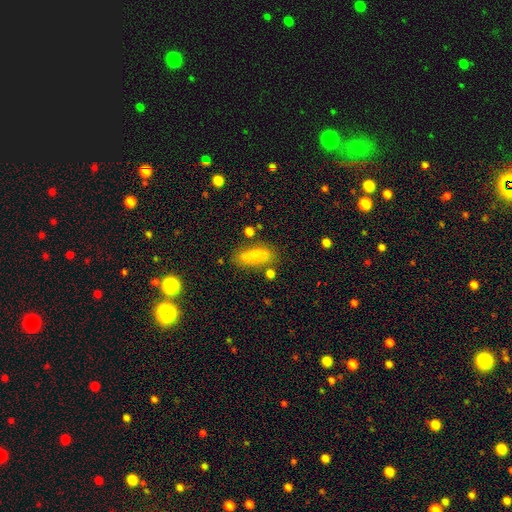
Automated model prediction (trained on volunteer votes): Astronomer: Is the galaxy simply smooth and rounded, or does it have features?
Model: smooth — 76%.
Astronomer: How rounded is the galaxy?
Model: in between — 81%.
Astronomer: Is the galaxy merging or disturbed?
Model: none — 70%.